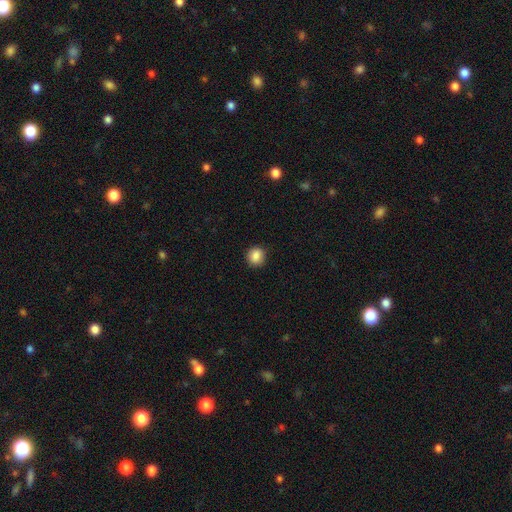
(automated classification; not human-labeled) smooth 87%, star or artifact 9%, featured or disk 4%. Down the decision tree: how rounded — round (84%); merging — none (90%).